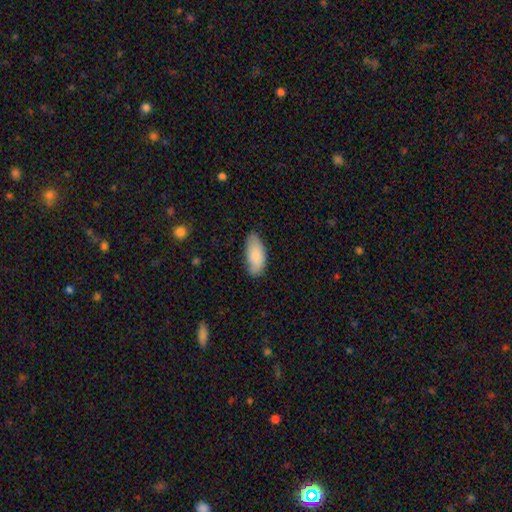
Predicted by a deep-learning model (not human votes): A smooth galaxy with no disk features (84%) that is in between round and cigar-shaped (89%).

Vote fractions:
- Smooth or featured? smooth: 84% / featured or disk: 10% / star or artifact: 6%
- How rounded? in between: 89% / cigar-shaped: 9% / round: 2%
- Merging? none: 76% / minor disturbance: 20% / major disturbance: 3% / merger: 1%